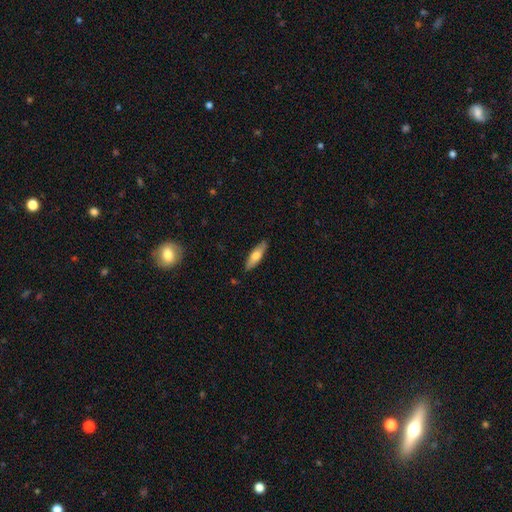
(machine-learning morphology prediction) type=smooth (64%); roundness=cigar-shaped (54%); merging=none (86%).